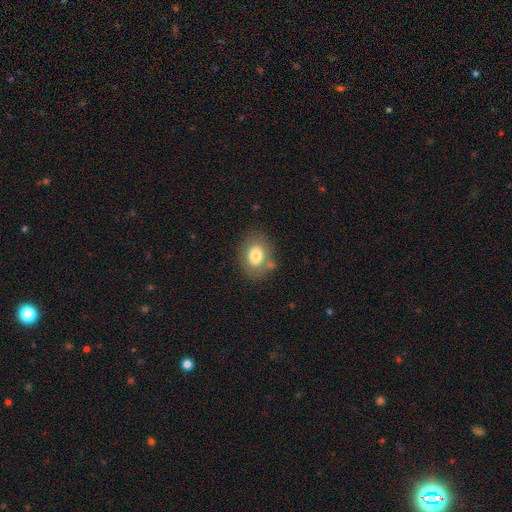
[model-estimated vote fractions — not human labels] Smooth or featured? smooth (76%)
How rounded? in between (60%)
Merging? none (71%)